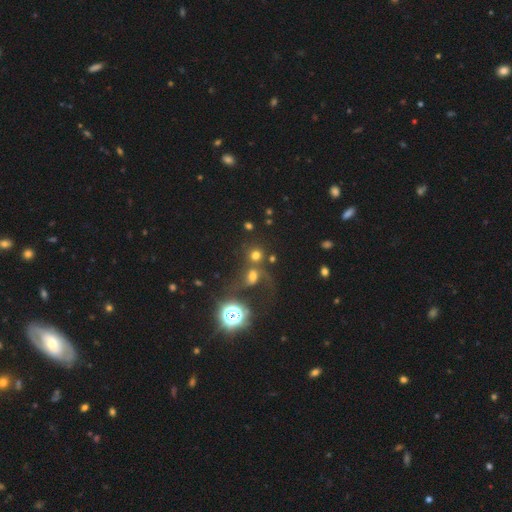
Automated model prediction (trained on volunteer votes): Overall: smooth (63%). How rounded: round (84%). Merging: none (43%; merger 37%).